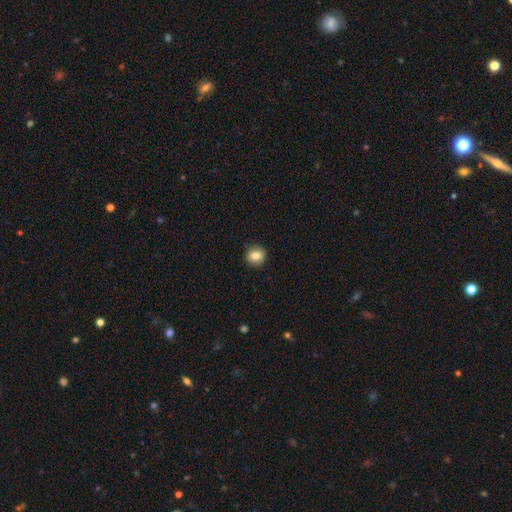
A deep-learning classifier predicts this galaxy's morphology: Smooth or featured? smooth (81%)
How rounded? round (92%)
Merging? none (91%)